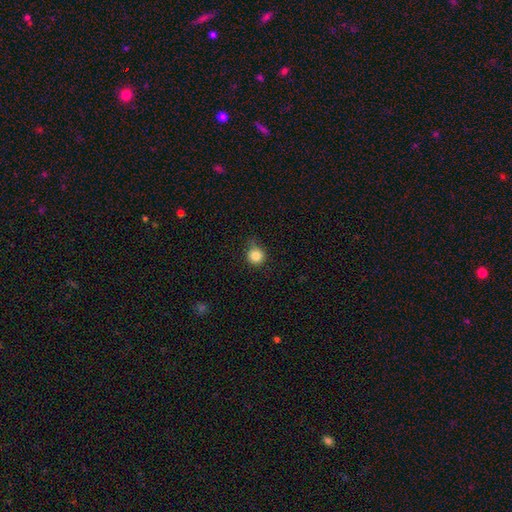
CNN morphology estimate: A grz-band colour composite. It shows a smooth galaxy with no disk features (84%) that is round (93%). Merging: none (74%).